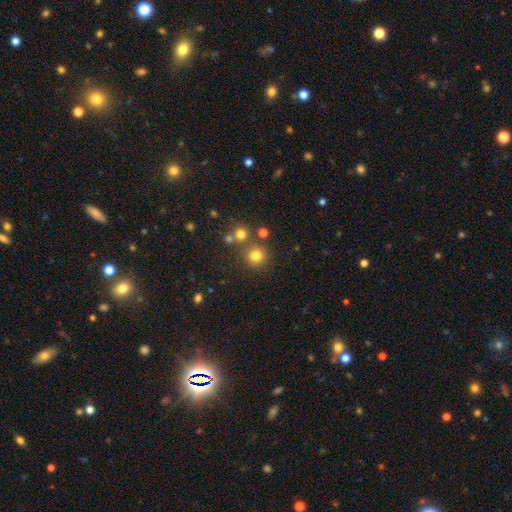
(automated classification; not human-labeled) Smooth or featured?
  - smooth: 77% *
  - star or artifact: 16%
  - featured or disk: 6%
How rounded?
  - round: 93% *
  - in between: 6%
  - cigar-shaped: 1%
Merging?
  - none: 79% *
  - merger: 10%
  - minor disturbance: 7%
  - major disturbance: 3%